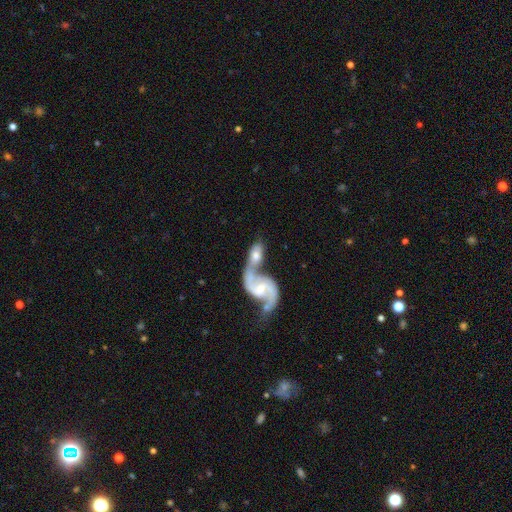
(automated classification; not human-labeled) Smooth or featured? featured or disk (71%)
Edge-on disk? no (95%)
Bar? weak (44%)
Spiral arms? yes (89%)
Spiral winding? loose (65%)
Spiral arm count? 2 (89%)
Bulge size? small (45%)
Merging? merger (68%)